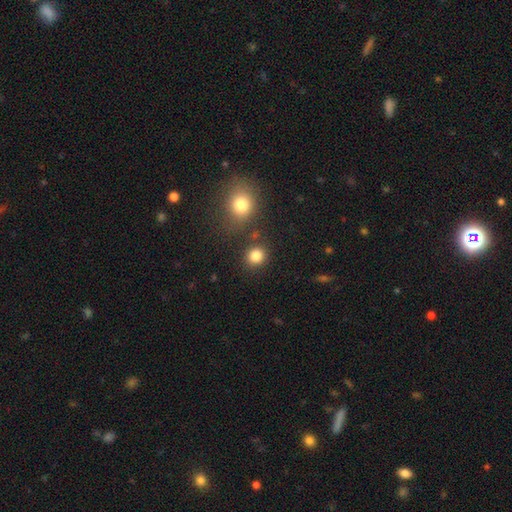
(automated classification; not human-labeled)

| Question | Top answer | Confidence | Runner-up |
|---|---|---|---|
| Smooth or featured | smooth | 84% | star or artifact (12%) |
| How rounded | round | 83% | in between (16%) |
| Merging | none | 83% | minor disturbance (7%) |